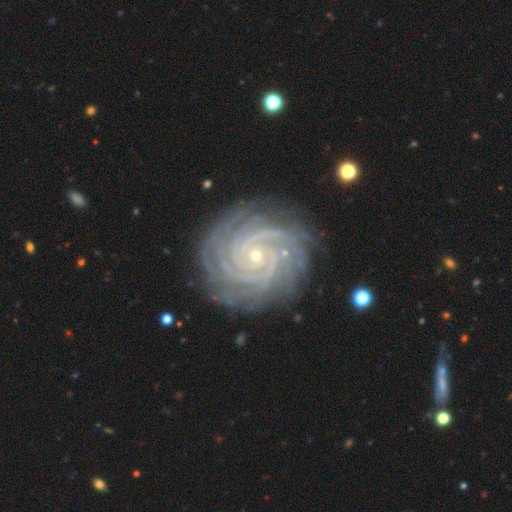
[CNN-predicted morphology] Q: Smooth or featured?
A: featured or disk (92%); runner-up: star or artifact (5%)
Q: Edge-on disk?
A: no (98%); runner-up: yes (2%)
Q: Bar?
A: no (75%); runner-up: weak (17%)
Q: Spiral arms?
A: yes (99%); runner-up: no (1%)
Q: Spiral winding?
A: tight (87%); runner-up: medium (12%)
Q: Spiral arm count?
A: 4 (27%); runner-up: 3 (18%)
Q: Bulge size?
A: small (86%); runner-up: moderate (11%)
Q: Merging?
A: none (83%); runner-up: minor disturbance (12%)